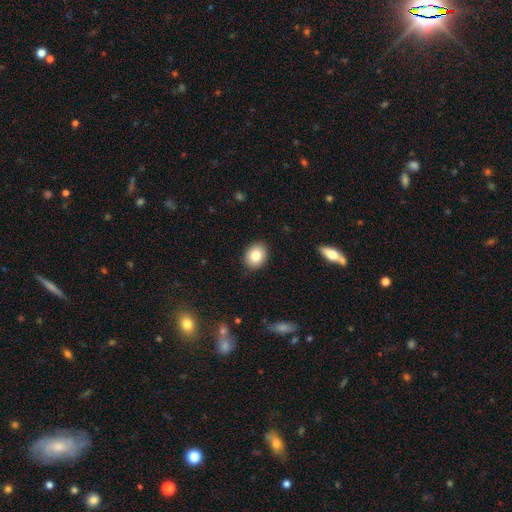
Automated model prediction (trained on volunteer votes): smooth 82%, featured or disk 9%, star or artifact 9%. Down the decision tree: how rounded — round (53%); merging — none (89%).